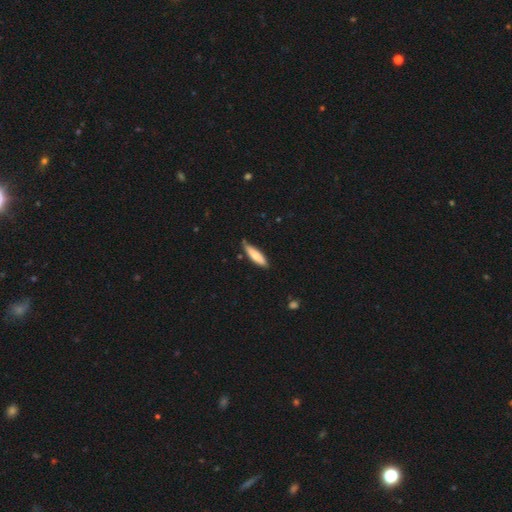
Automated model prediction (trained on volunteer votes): This is likely a smooth galaxy (76%). How rounded: likely cigar-shaped (69%). Merging: likely none (77%).